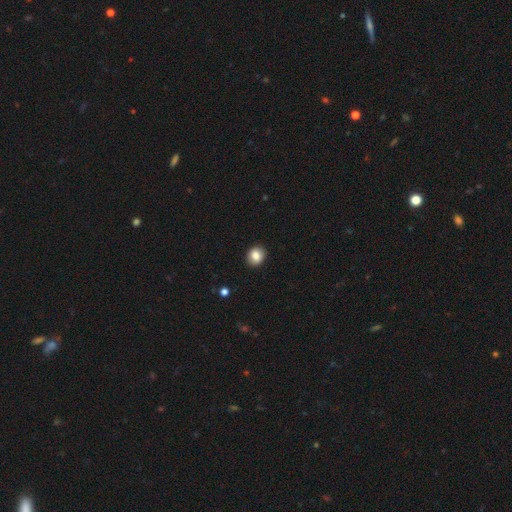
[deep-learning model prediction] This is clearly a smooth galaxy (84%). How rounded: likely round (67%). Merging: clearly none (91%).